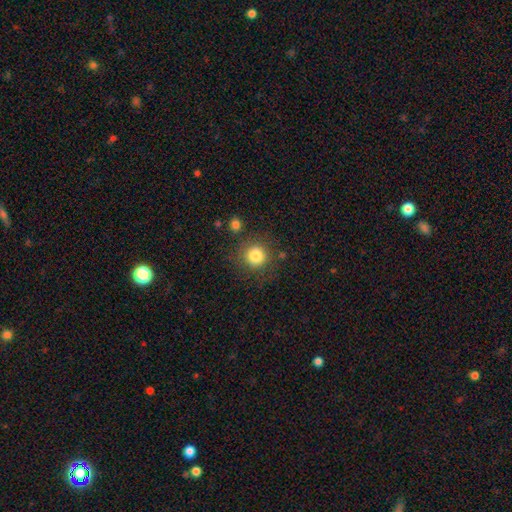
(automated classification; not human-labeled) Smooth or featured: smooth — 83% (star or artifact — 11%)
How rounded: round — 92% (in between — 7%)
Merging: none — 80% (minor disturbance — 11%)